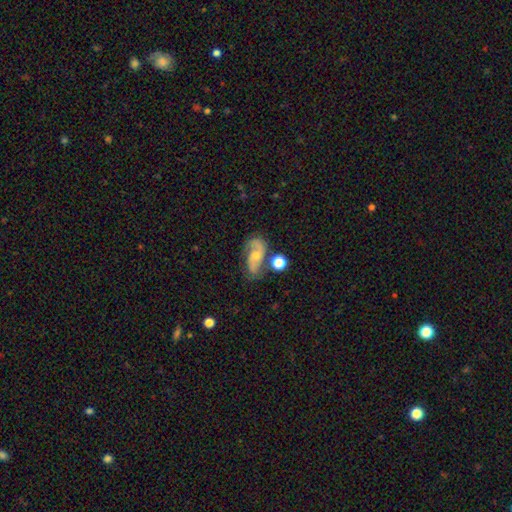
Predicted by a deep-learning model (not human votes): Morphology: type=featured or disk (75%); edge-on=no (96%); bar=no (59%); spiral arms=yes (92%); winding=medium (48%); arm count=2 (81%); bulge=moderate (48%); merging=none (62%).